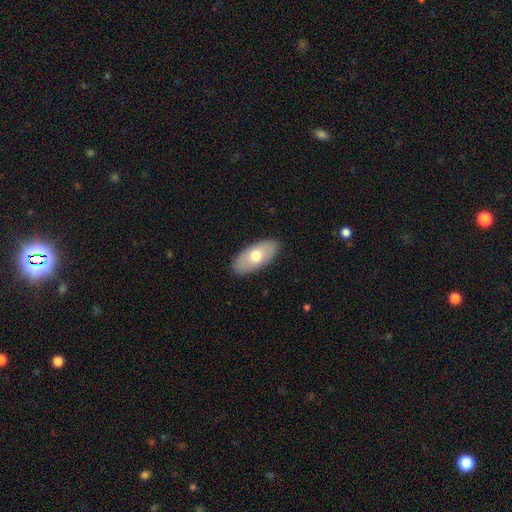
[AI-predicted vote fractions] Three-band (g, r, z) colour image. It shows a smooth galaxy with no disk features (65%) that is in between round and cigar-shaped (92%). Merging: none (88%).